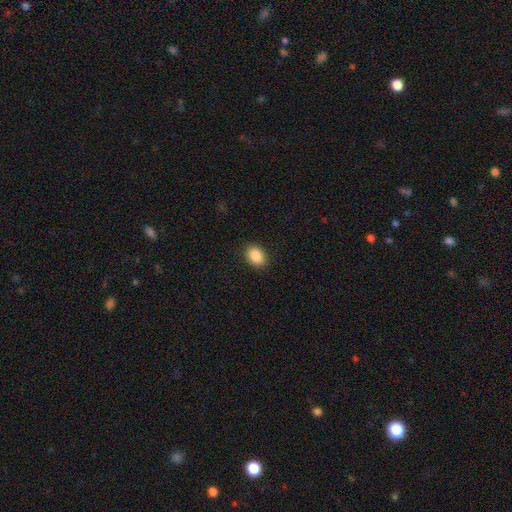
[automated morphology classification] smooth_or_featured: smooth (p=0.88) [alt: star or artifact p=0.08]
how_rounded: in between (p=0.78) [alt: round p=0.21]
merging: none (p=0.90) [alt: minor disturbance p=0.07]